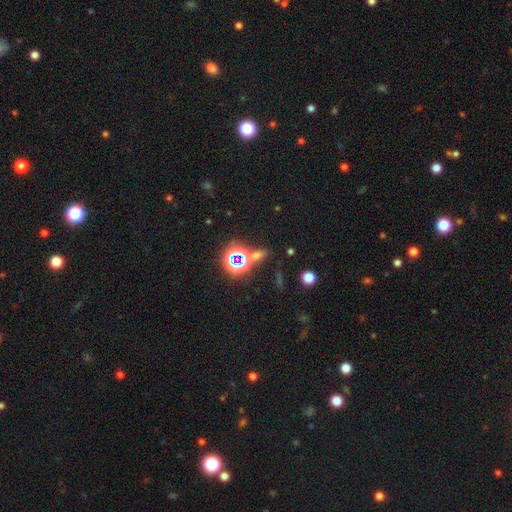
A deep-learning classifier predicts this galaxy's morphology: A star or artifact, not a galaxy (50%).

Vote fractions:
- Smooth or featured? star or artifact: 50% / smooth: 39% / featured or disk: 11%